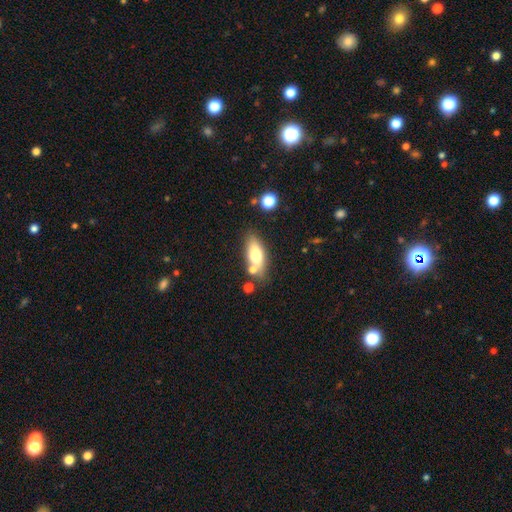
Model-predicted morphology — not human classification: Smooth or featured: smooth — 67% (featured or disk — 25%)
How rounded: in between — 72% (cigar-shaped — 24%)
Merging: none — 70% (minor disturbance — 15%)